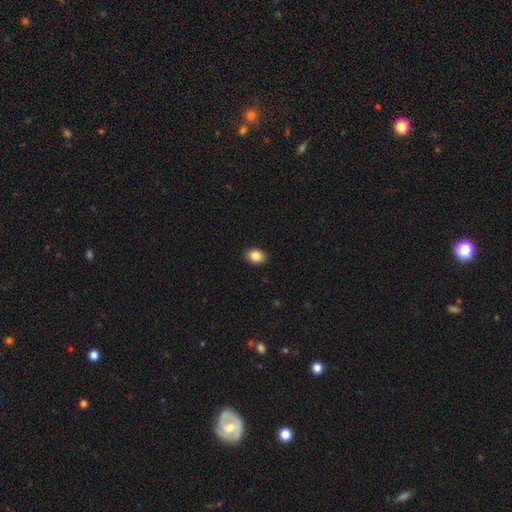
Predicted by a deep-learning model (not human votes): Morphology: type=smooth (87%); roundness=in between (69%); merging=none (90%).